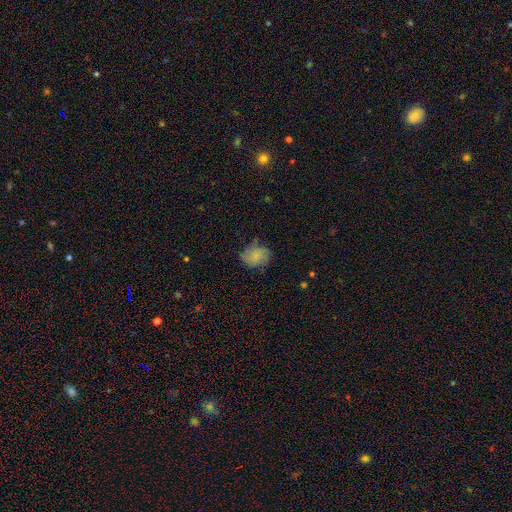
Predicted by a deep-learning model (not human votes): Q: Smooth or featured?
A: smooth (72%); runner-up: featured or disk (19%)
Q: How rounded?
A: round (59%); runner-up: in between (40%)
Q: Merging?
A: none (65%); runner-up: minor disturbance (26%)